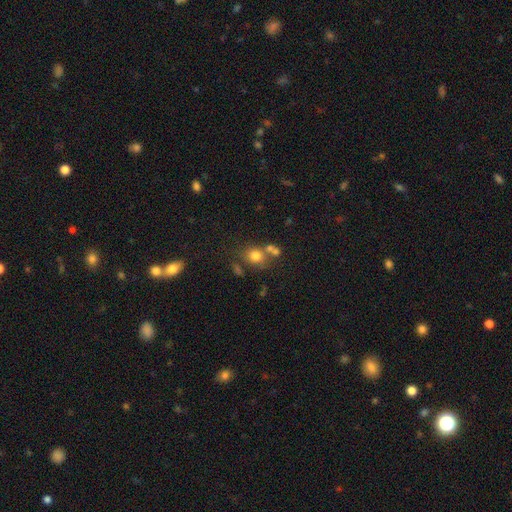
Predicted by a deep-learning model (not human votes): Q: Smooth or featured?
A: smooth (75%); runner-up: star or artifact (14%)
Q: How rounded?
A: round (70%); runner-up: in between (29%)
Q: Merging?
A: none (56%); runner-up: merger (26%)